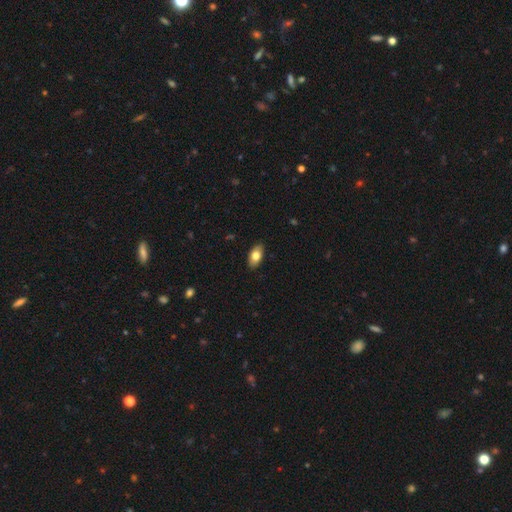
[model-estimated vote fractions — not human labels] This appears to be a smooth galaxy with no disk features (78%) that is in between round and cigar-shaped (92%). Merging: none (88%).